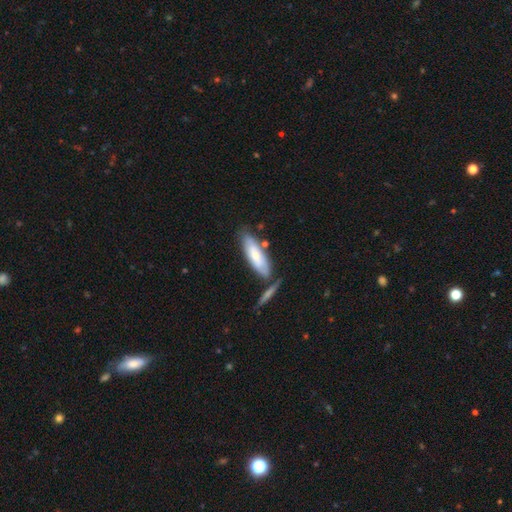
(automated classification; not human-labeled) smooth_or_featured: smooth (p=0.62) [alt: featured or disk p=0.33]
how_rounded: in between (p=0.58) [alt: cigar-shaped p=0.40]
merging: none (p=0.62) [alt: minor disturbance p=0.18]